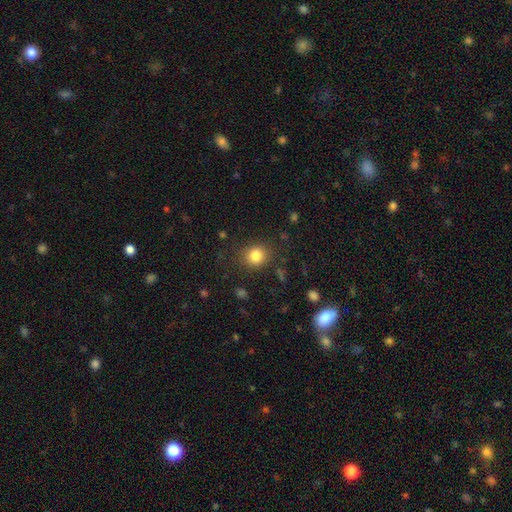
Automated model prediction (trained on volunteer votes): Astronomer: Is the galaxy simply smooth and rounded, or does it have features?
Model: smooth — 82%.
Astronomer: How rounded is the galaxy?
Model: round — 77%.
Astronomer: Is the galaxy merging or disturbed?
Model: none — 84%.